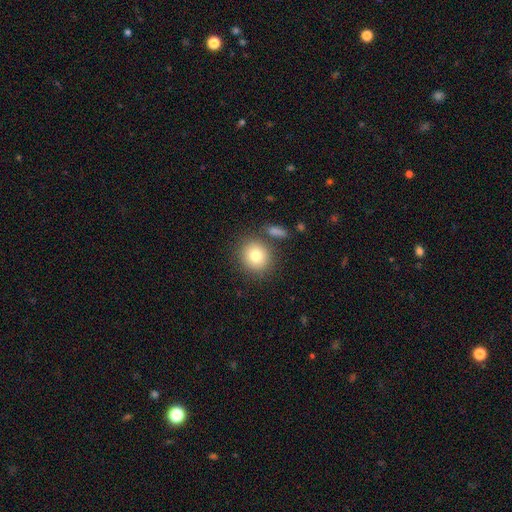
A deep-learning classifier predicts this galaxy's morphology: Q: Smooth or featured?
A: smooth (80%); runner-up: featured or disk (10%)
Q: How rounded?
A: round (86%); runner-up: in between (13%)
Q: Merging?
A: none (78%); runner-up: merger (9%)